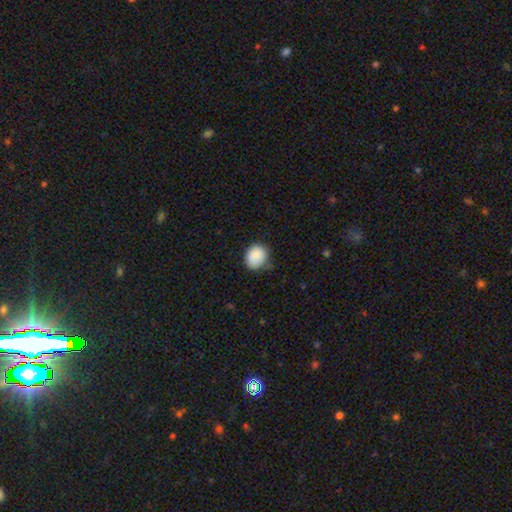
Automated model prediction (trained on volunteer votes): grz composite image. It shows a smooth galaxy with no disk features (88%) that is round (65%). Merging: none (65%).